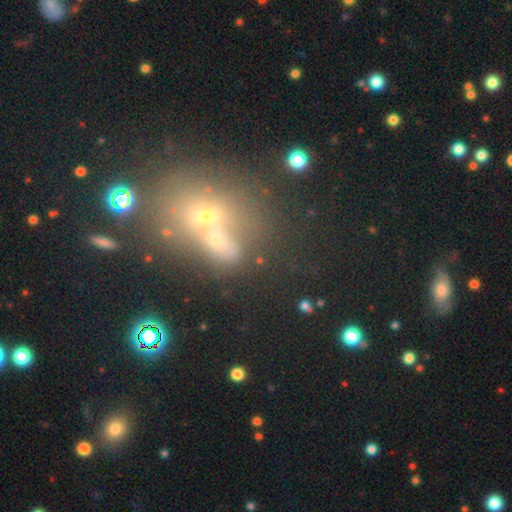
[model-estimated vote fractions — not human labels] smooth-or-featured: smooth: 42% | star or artifact: 34% | featured or disk: 24%
  merging: merger: 43% | none: 40% | minor disturbance: 10% | major disturbance: 7%